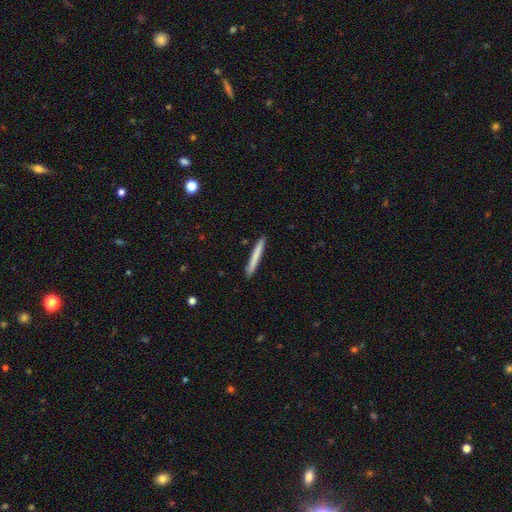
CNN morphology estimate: type=smooth (74%); roundness=cigar-shaped (97%); merging=none (91%).